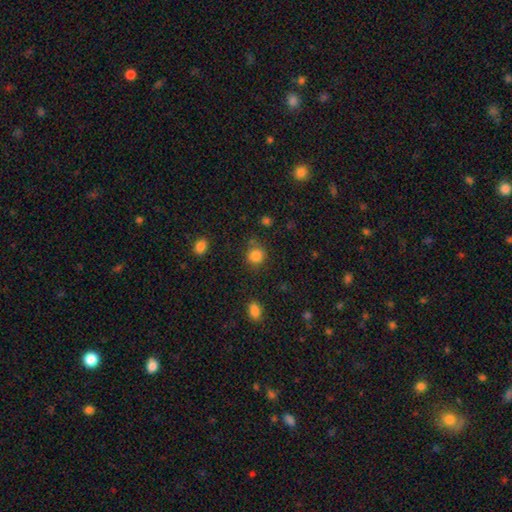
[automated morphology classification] This is clearly a smooth galaxy (85%). How rounded: clearly round (86%). Merging: likely none (76%).